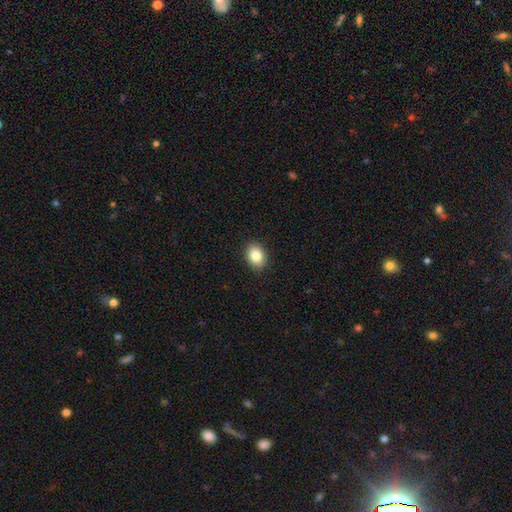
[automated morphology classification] smooth 84%, star or artifact 9%, featured or disk 7%. Down the decision tree: how rounded — in between (66%); merging — none (90%).